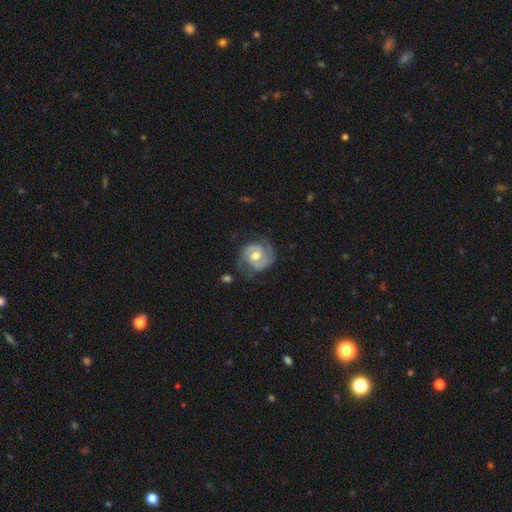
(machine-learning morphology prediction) A featured or disk galaxy (81%) with no bar (52%), 2 (85%) tight (48%) spiral arms (93%) and a moderate central bulge (76%). Merging: none (69%).